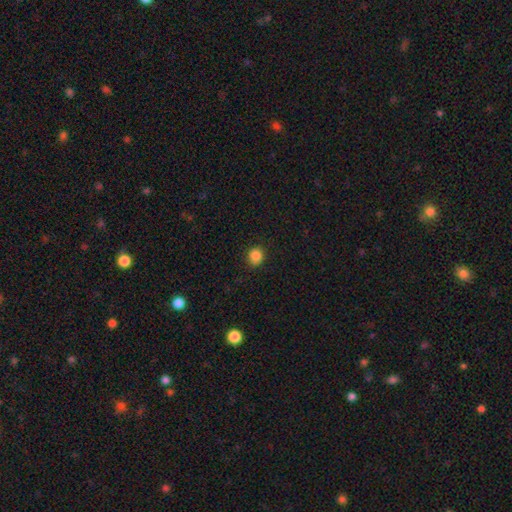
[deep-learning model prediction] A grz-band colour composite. It shows a smooth galaxy with no disk features (85%) that is round (84%). Merging: none (84%).